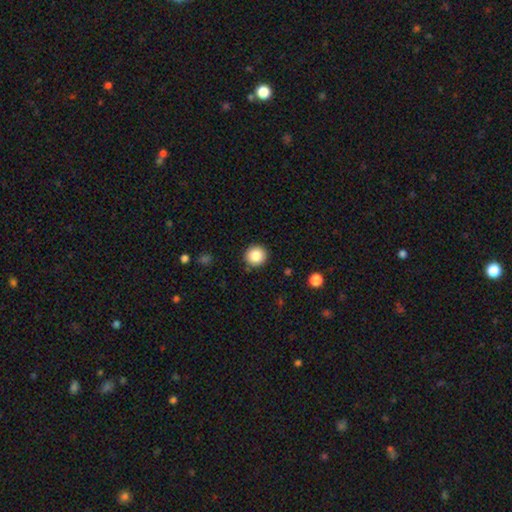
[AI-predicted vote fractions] A smooth galaxy with no disk features (86%) that is round (95%).

Vote fractions:
- Smooth or featured? smooth: 86% / star or artifact: 9% / featured or disk: 5%
- How rounded? round: 95% / in between: 5% / cigar-shaped: 1%
- Merging? none: 90% / minor disturbance: 6% / major disturbance: 2% / merger: 1%